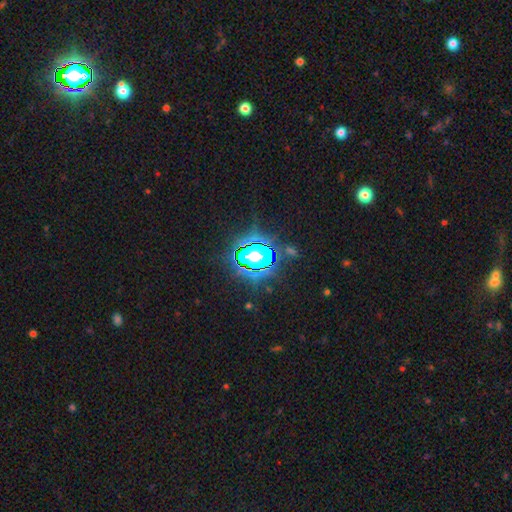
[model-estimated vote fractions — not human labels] A star or artifact, not a galaxy (81%).